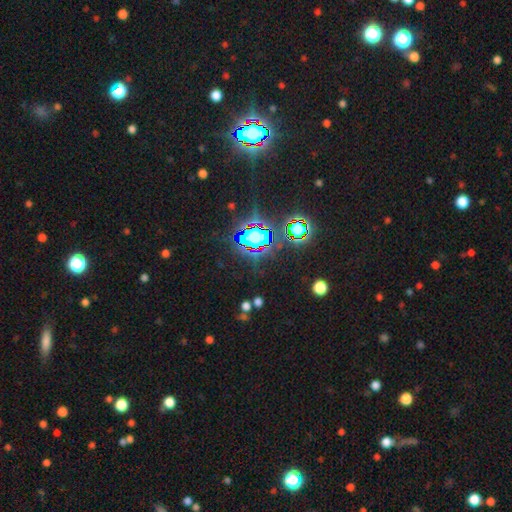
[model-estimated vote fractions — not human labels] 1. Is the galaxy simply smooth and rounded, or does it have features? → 82% star or artifact, 10% smooth, 8% featured or disk.